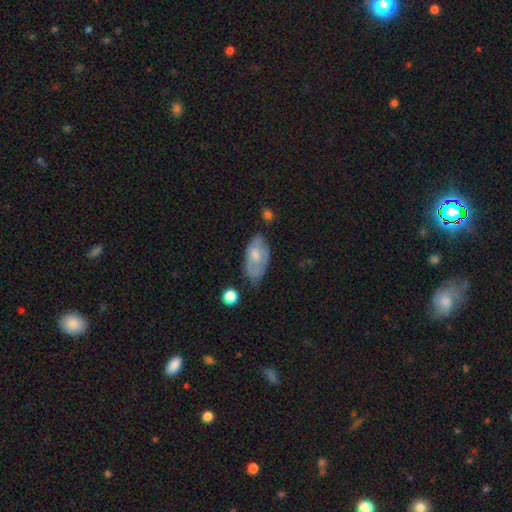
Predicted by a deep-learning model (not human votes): Smooth or featured? smooth (50%)
How rounded? in between (91%)
Merging? none (47%)